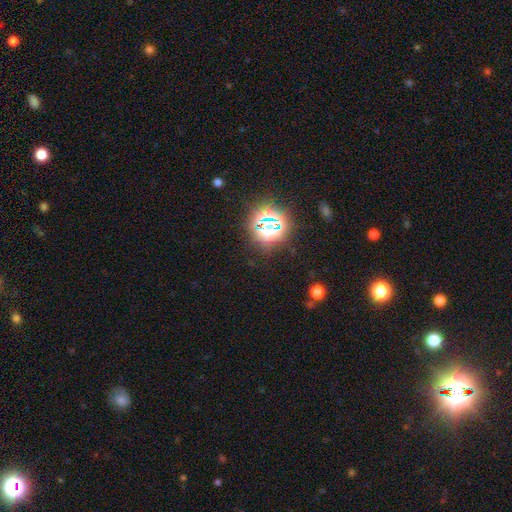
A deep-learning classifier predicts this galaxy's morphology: type=star or artifact (80%).